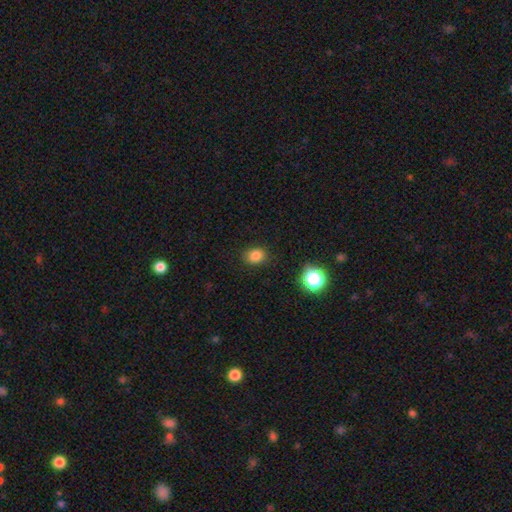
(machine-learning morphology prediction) A smooth galaxy with no disk features (82%) that is round (55%).

Vote fractions:
- Smooth or featured? smooth: 82% / star or artifact: 14% / featured or disk: 5%
- How rounded? round: 55% / in between: 44% / cigar-shaped: 1%
- Merging? none: 87% / minor disturbance: 9% / major disturbance: 3% / merger: 1%